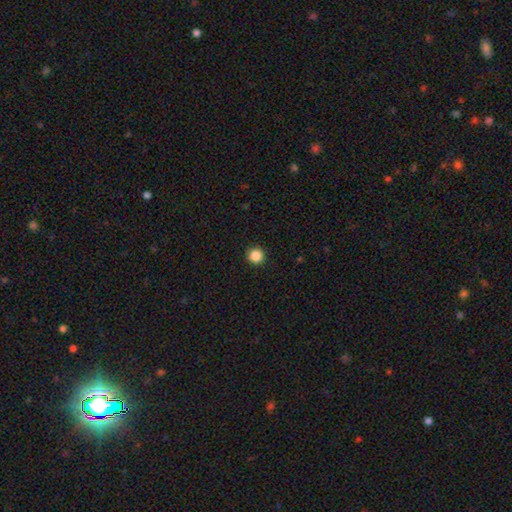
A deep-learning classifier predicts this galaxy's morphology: Smooth or featured? smooth (86%)
How rounded? round (96%)
Merging? none (94%)